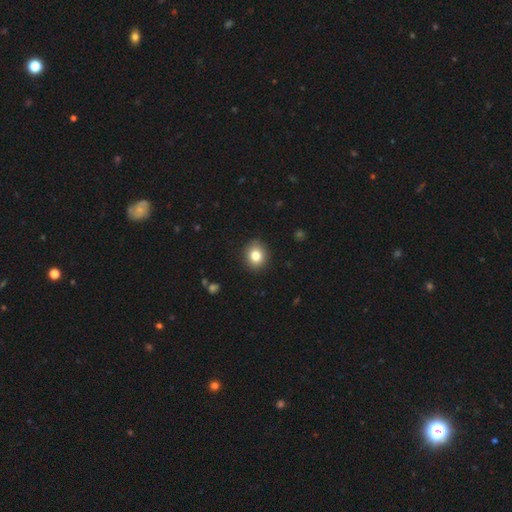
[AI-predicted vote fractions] Smooth or featured? Predicted: smooth (p=0.81). How rounded? Predicted: round (p=0.70). Merging? Predicted: none (p=0.89).